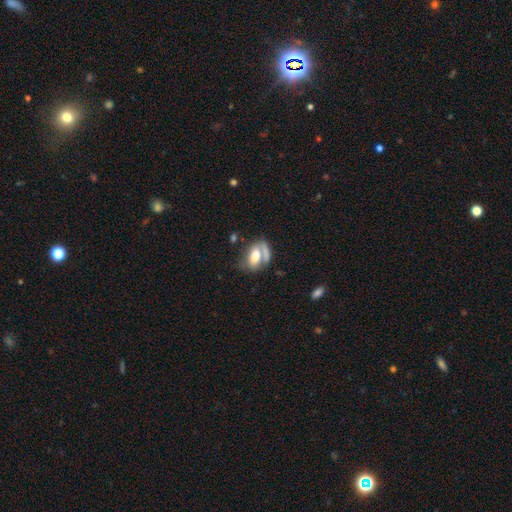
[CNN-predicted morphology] Smooth or featured? Predicted: smooth (p=0.65). How rounded? Predicted: in between (p=0.85). Merging? Predicted: none (p=0.36).